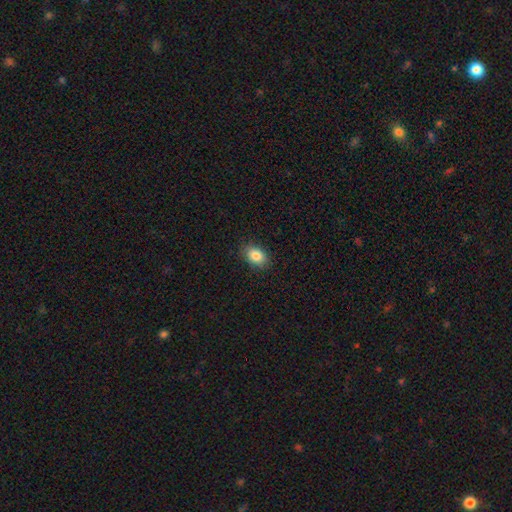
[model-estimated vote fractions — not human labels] smooth 84%, star or artifact 9%, featured or disk 7%. Down the decision tree: how rounded — in between (78%); merging — none (87%).